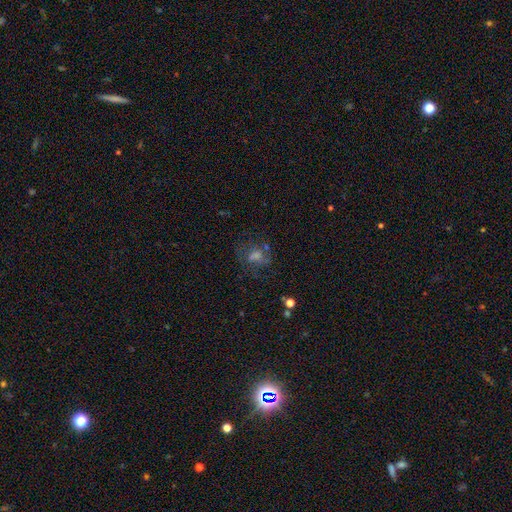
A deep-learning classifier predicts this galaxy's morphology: Q: Smooth or featured?
A: featured or disk (36%); runner-up: smooth (34%)
Q: Merging?
A: none (58%); runner-up: minor disturbance (18%)